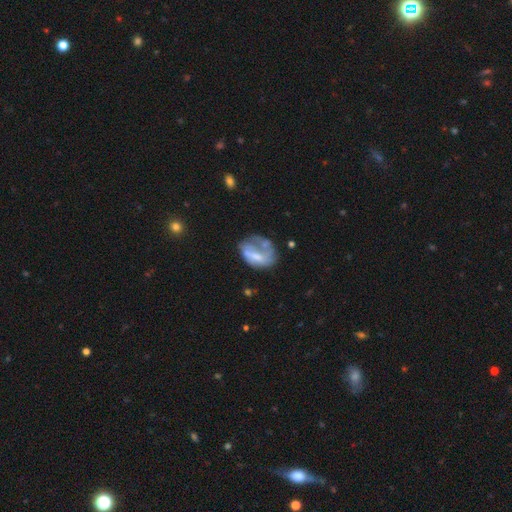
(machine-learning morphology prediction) A featured or disk galaxy (49%). Merging: major disturbance (33%).